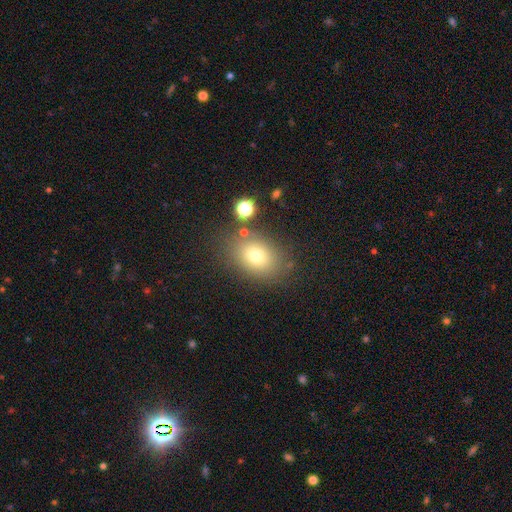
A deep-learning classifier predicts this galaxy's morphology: smooth 75%, star or artifact 13%, featured or disk 12%. Down the decision tree: how rounded — in between (74%); merging — none (76%).